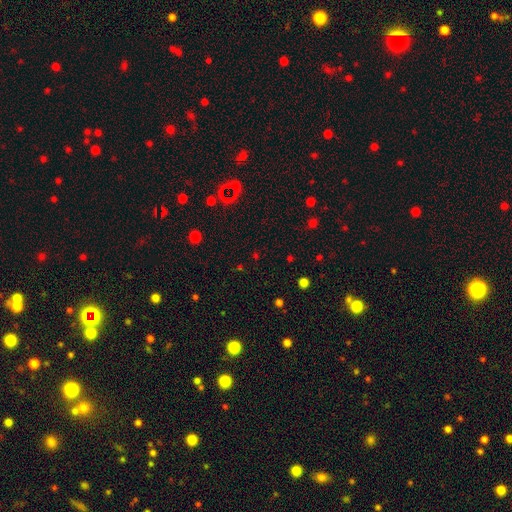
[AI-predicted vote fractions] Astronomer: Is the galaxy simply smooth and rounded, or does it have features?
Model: star or artifact — 62%.